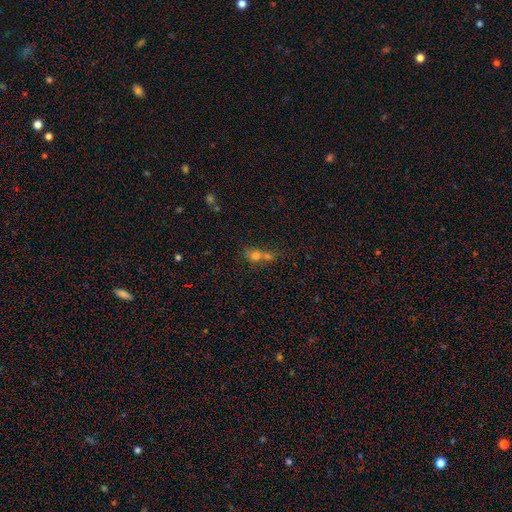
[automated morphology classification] smooth 67%, featured or disk 17%, star or artifact 16%. Down the decision tree: how rounded — round (66%); merging — merger (63%).